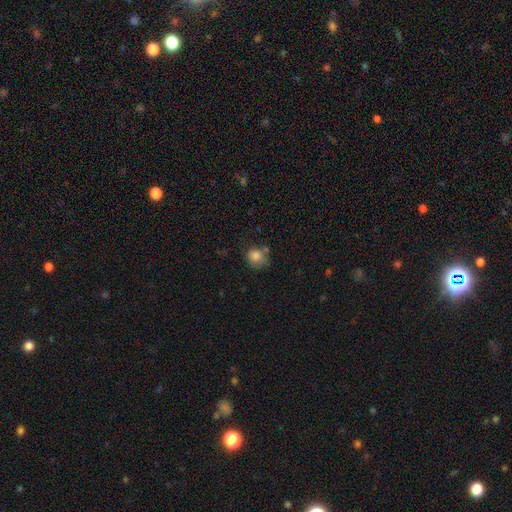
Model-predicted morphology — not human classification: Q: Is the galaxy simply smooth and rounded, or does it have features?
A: smooth — 82%.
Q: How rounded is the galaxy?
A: round — 75%.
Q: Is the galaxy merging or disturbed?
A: none — 56%.